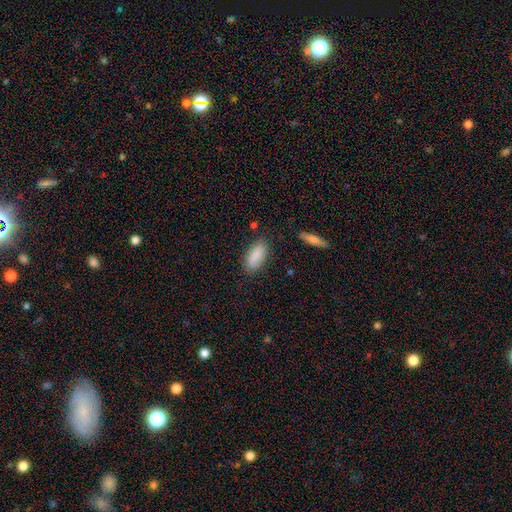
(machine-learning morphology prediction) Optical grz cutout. It shows a smooth galaxy with no disk features (87%) that is in between round and cigar-shaped (85%). Merging: none (79%).